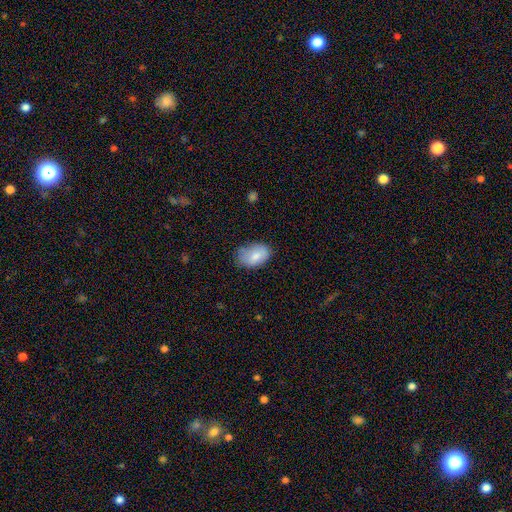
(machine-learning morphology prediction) smooth 79%, featured or disk 13%, star or artifact 7%. Down the decision tree: how rounded — in between (89%); merging — none (63%).